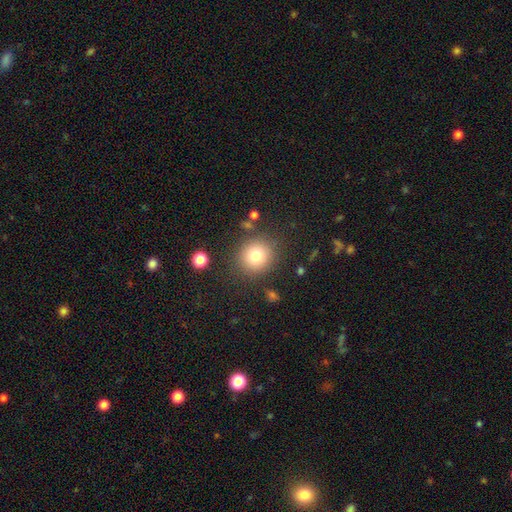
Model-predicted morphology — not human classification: Overall: smooth (78%). How rounded: round (90%). Merging: none (85%).